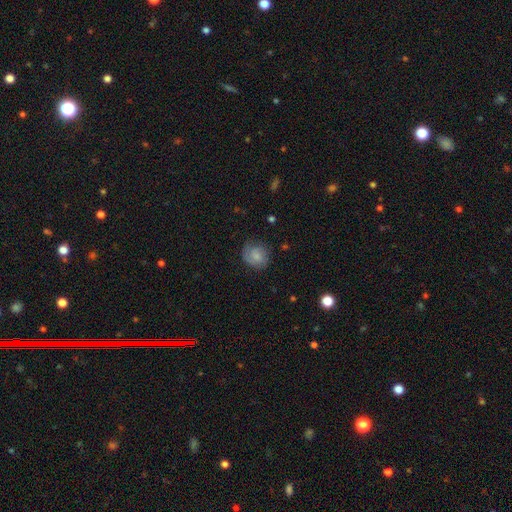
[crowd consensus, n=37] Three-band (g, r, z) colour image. It shows a smooth galaxy with no disk features (49%, tied with featured or disk) that is round (94%). Merging: none (75%).